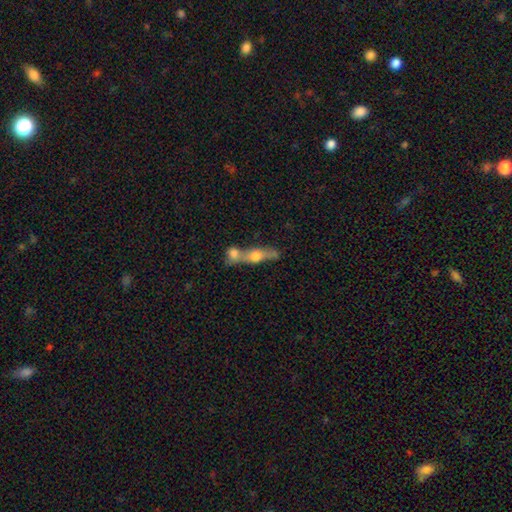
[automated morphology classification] smooth-or-featured: smooth: 48% | featured or disk: 43% | star or artifact: 9%
  merging: merger: 59% | none: 29% | minor disturbance: 8% | major disturbance: 4%